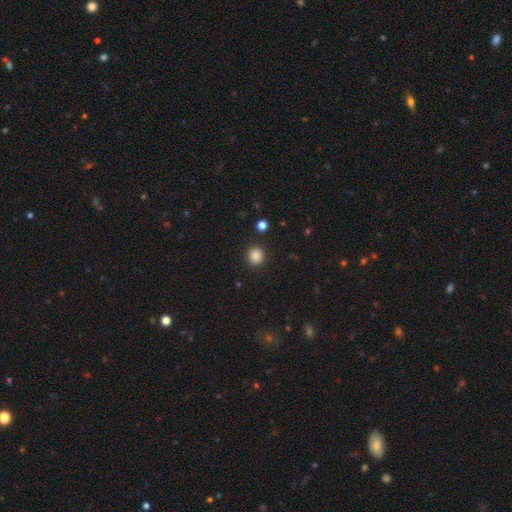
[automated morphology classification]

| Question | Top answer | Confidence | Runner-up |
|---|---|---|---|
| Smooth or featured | smooth | 86% | star or artifact (11%) |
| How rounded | round | 90% | in between (9%) |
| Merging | none | 90% | minor disturbance (6%) |